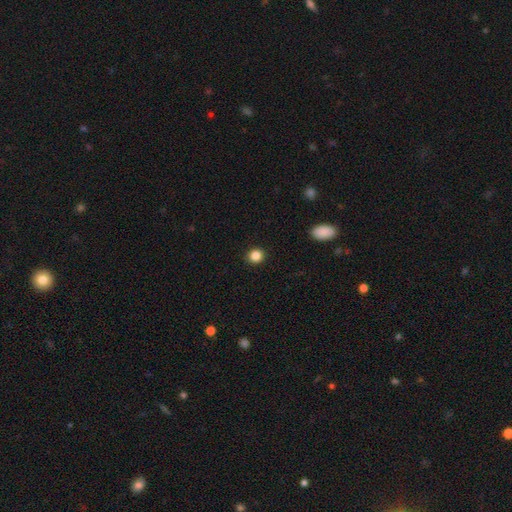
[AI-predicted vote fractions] A smooth galaxy with no disk features (86%) that is round (89%). Merging: none (92%).